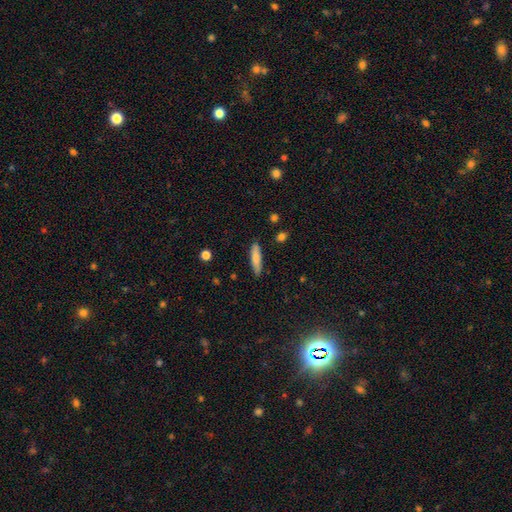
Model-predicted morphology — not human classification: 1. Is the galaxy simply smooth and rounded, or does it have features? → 77% smooth, 17% featured or disk, 6% star or artifact.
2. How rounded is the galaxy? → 78% cigar-shaped, 20% in between, 2% round.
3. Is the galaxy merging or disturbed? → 87% none, 10% minor disturbance, 2% major disturbance, 2% merger.